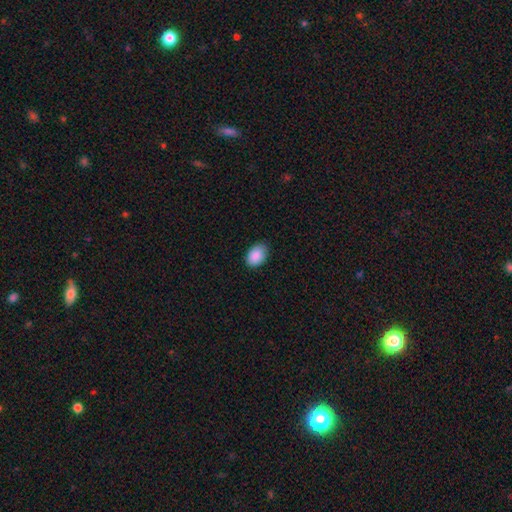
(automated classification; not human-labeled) The model was most divided on "merging": none: 83%, minor disturbance: 14%, major disturbance: 2%, merger: 1%. More confident: smooth or featured — smooth (90%); how rounded — in between (86%).